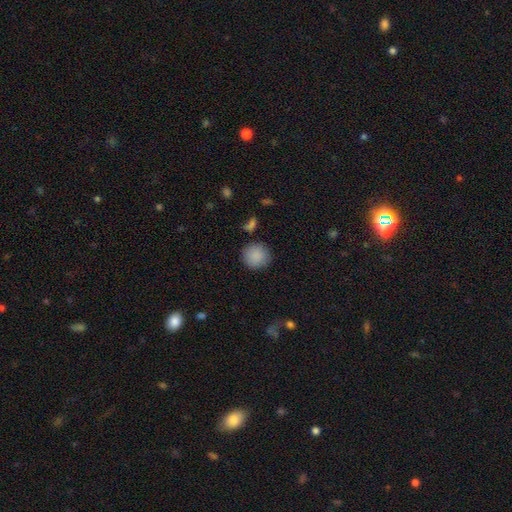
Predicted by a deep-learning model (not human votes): Smooth or featured? smooth (88%)
How rounded? round (92%)
Merging? none (87%)